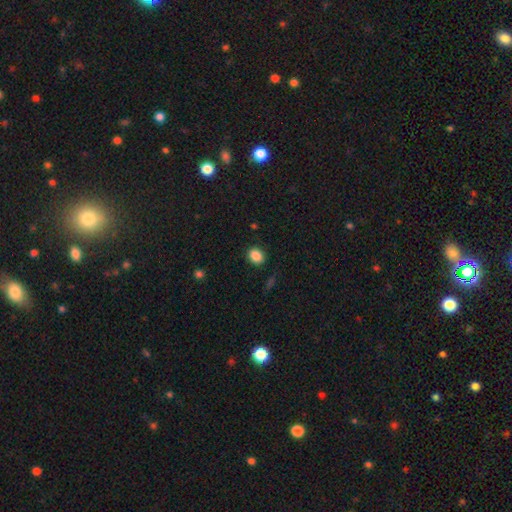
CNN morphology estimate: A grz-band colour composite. It shows a smooth galaxy with no disk features (87%) that is round (55%). Merging: none (88%).